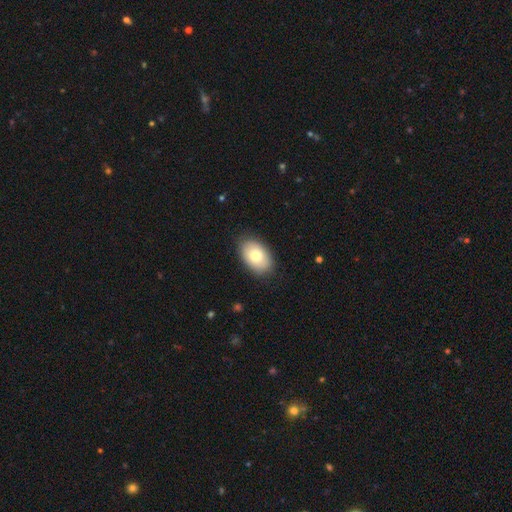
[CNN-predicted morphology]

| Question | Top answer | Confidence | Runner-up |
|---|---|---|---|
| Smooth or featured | smooth | 80% | featured or disk (14%) |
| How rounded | in between | 90% | round (9%) |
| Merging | none | 86% | minor disturbance (10%) |